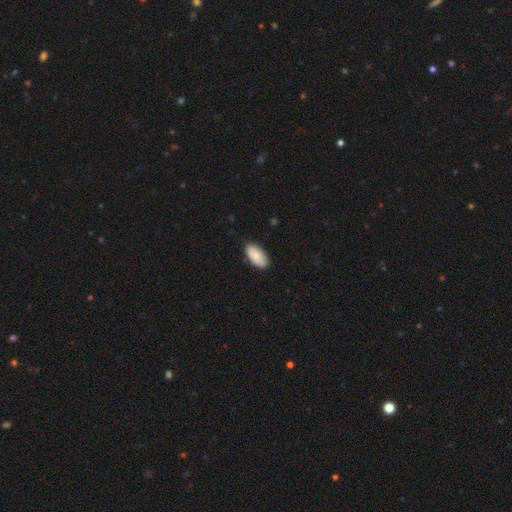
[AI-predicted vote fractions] smooth_or_featured: smooth (p=0.88) [alt: featured or disk p=0.06]
how_rounded: in between (p=0.95) [alt: cigar-shaped p=0.04]
merging: none (p=0.86) [alt: minor disturbance p=0.11]